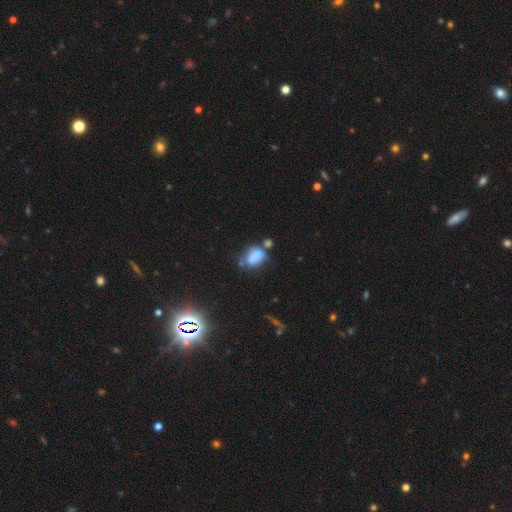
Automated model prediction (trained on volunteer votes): Overall: smooth (61%; featured or disk 26%). How rounded: in between (64%; round 34%). Merging: merger (43%; none 26%).